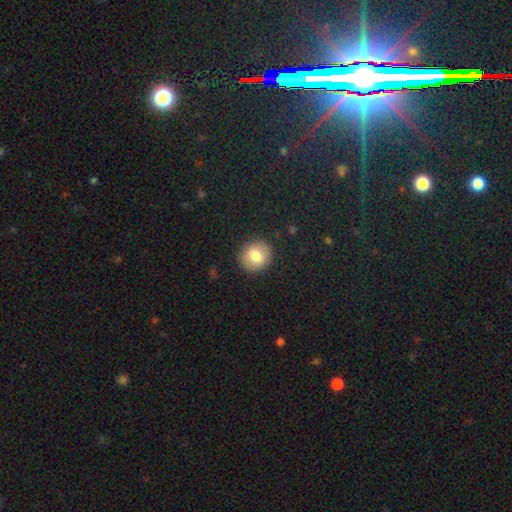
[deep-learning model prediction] Smooth or featured?
  - smooth: 80% *
  - featured or disk: 11%
  - star or artifact: 9%
How rounded?
  - round: 83% *
  - in between: 16%
  - cigar-shaped: 1%
Merging?
  - none: 89% *
  - minor disturbance: 8%
  - major disturbance: 2%
  - merger: 1%